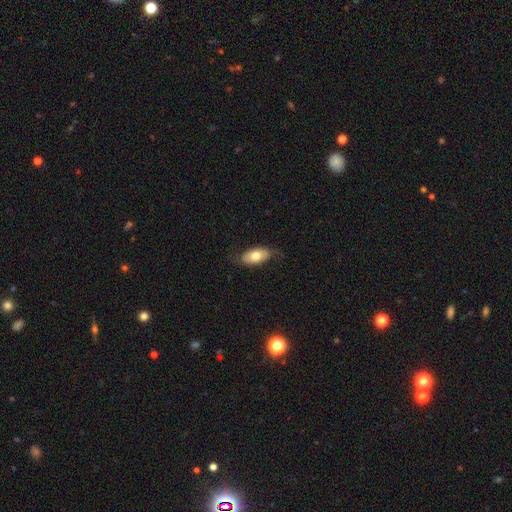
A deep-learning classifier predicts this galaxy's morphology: This is likely a smooth galaxy (70%). How rounded: clearly in between (90%). Merging: likely none (74%).